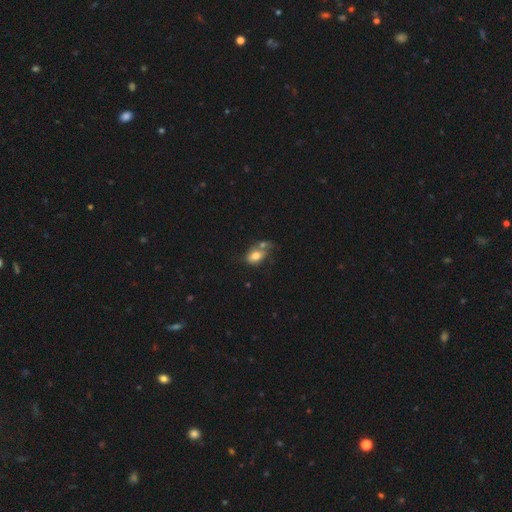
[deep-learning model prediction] Morphology: type=smooth (75%); roundness=in between (81%); merging=merger (39%).